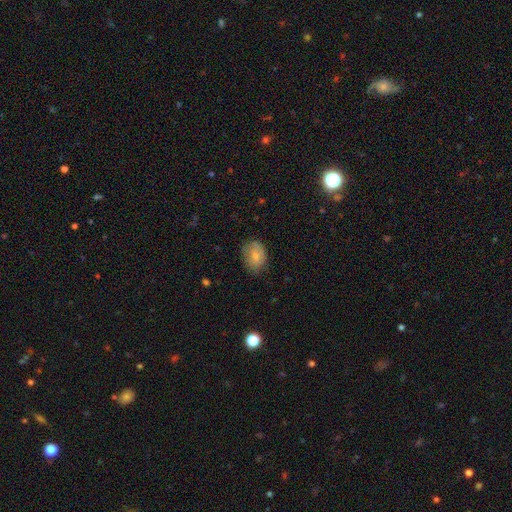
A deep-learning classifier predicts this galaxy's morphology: smooth_or_featured: smooth (p=0.73) [alt: featured or disk p=0.19]
how_rounded: in between (p=0.76) [alt: round p=0.23]
merging: none (p=0.71) [alt: minor disturbance p=0.22]